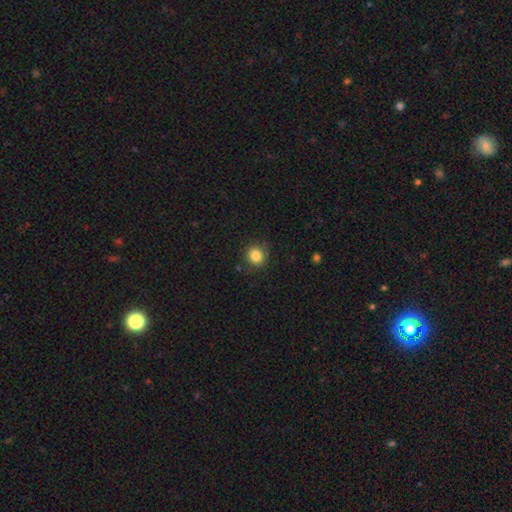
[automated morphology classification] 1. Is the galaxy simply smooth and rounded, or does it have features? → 84% smooth, 11% star or artifact, 5% featured or disk.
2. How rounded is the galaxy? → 86% round, 13% in between, 1% cigar-shaped.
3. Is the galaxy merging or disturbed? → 82% none, 13% minor disturbance, 3% major disturbance, 2% merger.